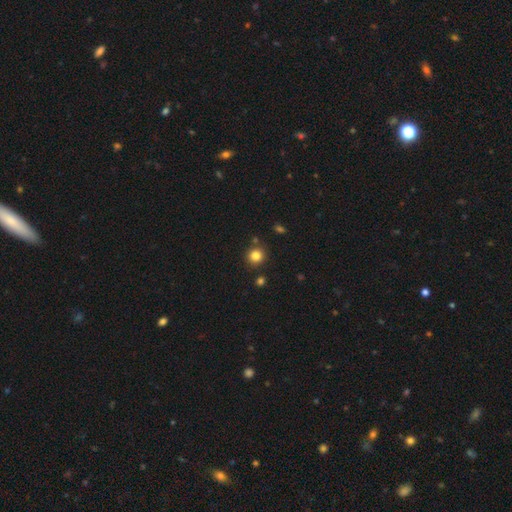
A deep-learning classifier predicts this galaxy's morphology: This is clearly a smooth galaxy (83%). How rounded: clearly round (91%). Merging: clearly none (85%).